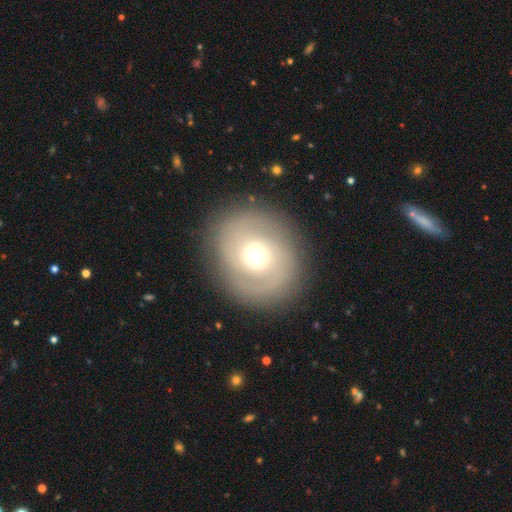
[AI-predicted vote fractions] The model was most divided on "smooth or featured": featured or disk: 58%, smooth: 34%, star or artifact: 8%. More confident: edge-on disk — no (96%); merging — none (84%); spiral arms — yes (71%); bar — no (64%); bulge size — moderate (62%).